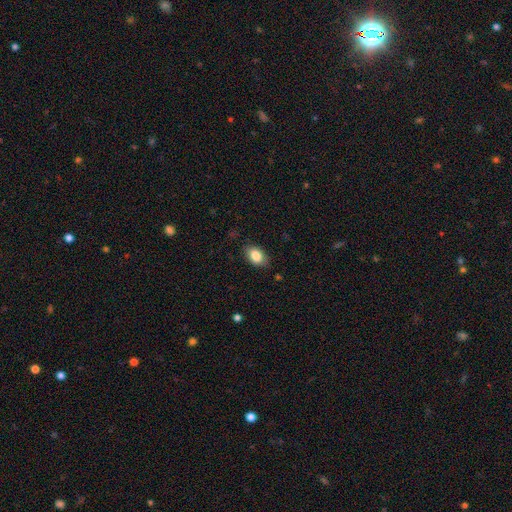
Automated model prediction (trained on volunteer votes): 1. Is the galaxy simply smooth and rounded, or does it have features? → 85% smooth, 8% star or artifact, 8% featured or disk.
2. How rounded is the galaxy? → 88% in between, 11% round, 1% cigar-shaped.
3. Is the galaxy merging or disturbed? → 82% none, 14% minor disturbance, 3% major disturbance, 1% merger.